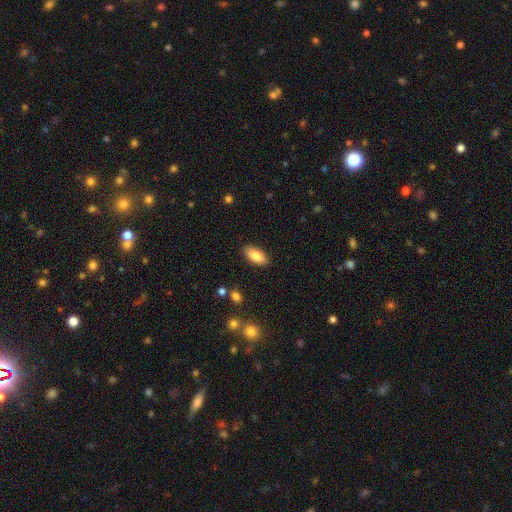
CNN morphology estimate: smooth 86%, featured or disk 8%, star or artifact 7%. Down the decision tree: how rounded — in between (89%); merging — none (88%).